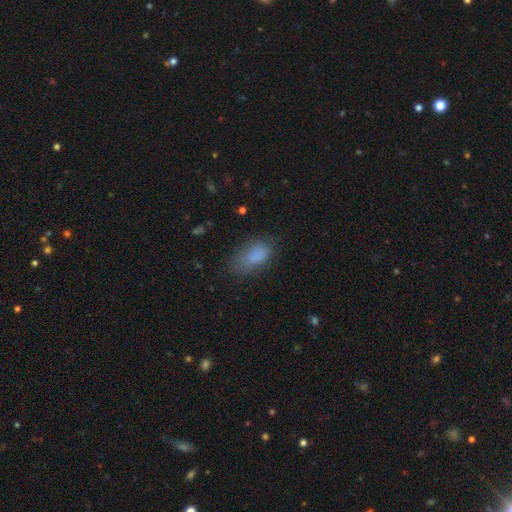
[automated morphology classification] Overall: smooth (84%). How rounded: in between (91%). Merging: none (64%; minor disturbance 25%).